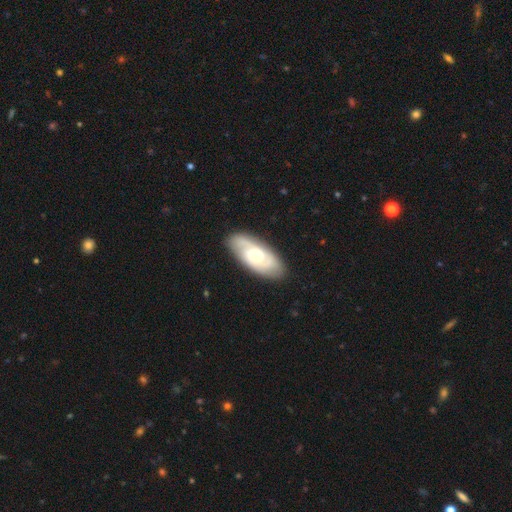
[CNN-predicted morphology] Smooth or featured? featured or disk (61%)
Edge-on disk? no (88%)
Bar? no (68%)
Spiral arms? yes (74%)
Bulge size? moderate (67%)
Merging? none (84%)